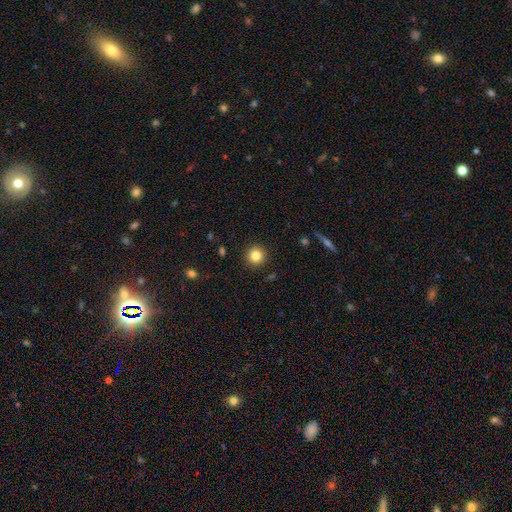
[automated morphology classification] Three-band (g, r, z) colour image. It shows a smooth galaxy with no disk features (83%) that is round (95%). Merging: none (92%).